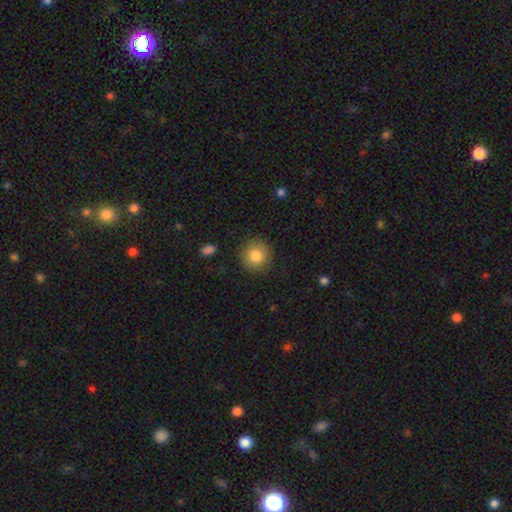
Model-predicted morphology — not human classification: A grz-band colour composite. It shows a smooth galaxy with no disk features (83%) that is round (93%). Merging: none (88%).